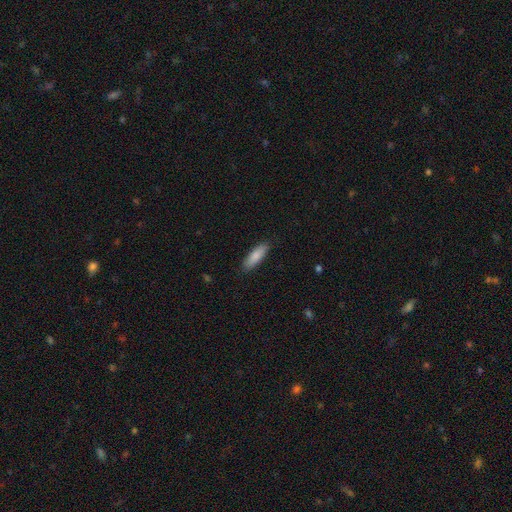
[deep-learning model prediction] A smooth galaxy with no disk features (83%) that is in between round and cigar-shaped (52%).

Vote fractions:
- Smooth or featured? smooth: 83% / featured or disk: 11% / star or artifact: 6%
- How rounded? in between: 52% / cigar-shaped: 47% / round: 2%
- Merging? none: 87% / minor disturbance: 10% / major disturbance: 2% / merger: 1%